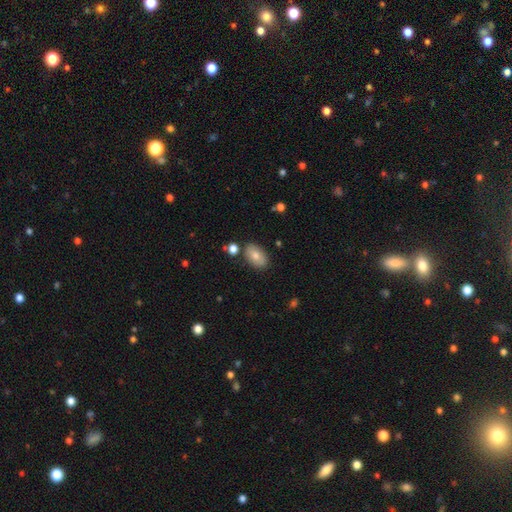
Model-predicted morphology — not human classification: Q: Smooth or featured?
A: smooth (76%); runner-up: featured or disk (17%)
Q: How rounded?
A: in between (91%); runner-up: round (7%)
Q: Merging?
A: none (81%); runner-up: minor disturbance (12%)